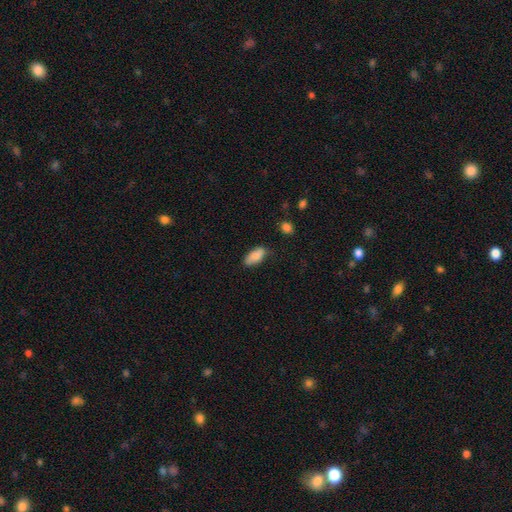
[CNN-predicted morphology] The model was most divided on "merging": none: 70%, minor disturbance: 22%, major disturbance: 4%, merger: 3%. More confident: how rounded — in between (86%); smooth or featured — smooth (85%).